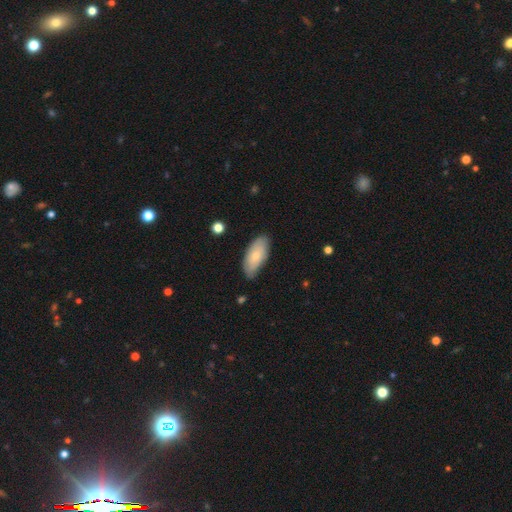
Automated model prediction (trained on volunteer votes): This appears to be a smooth galaxy with no disk features (72%) that is in between round and cigar-shaped (91%). Merging: none (77%).